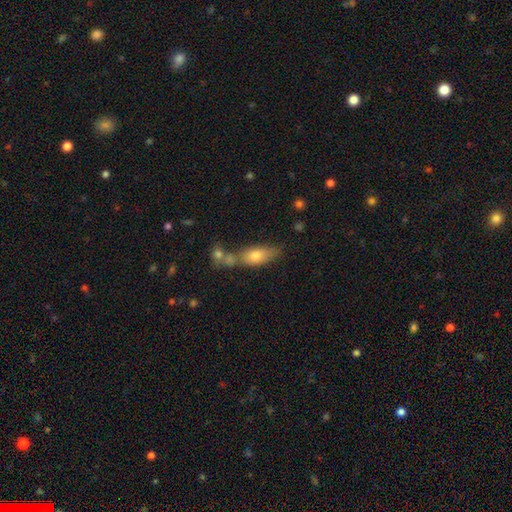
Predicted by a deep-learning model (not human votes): smooth_or_featured: smooth (p=0.71) [alt: featured or disk p=0.21]
how_rounded: in between (p=0.73) [alt: cigar-shaped p=0.22]
merging: none (p=0.48) [alt: merger p=0.31]